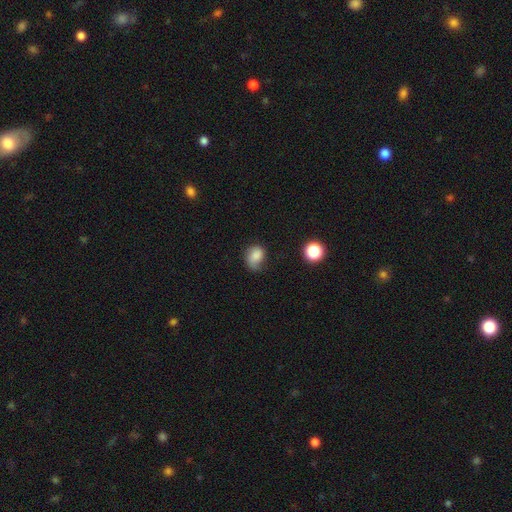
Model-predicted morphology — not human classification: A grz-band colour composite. It shows a smooth galaxy with no disk features (78%) that is in between round and cigar-shaped (57%). Merging: none (47%).